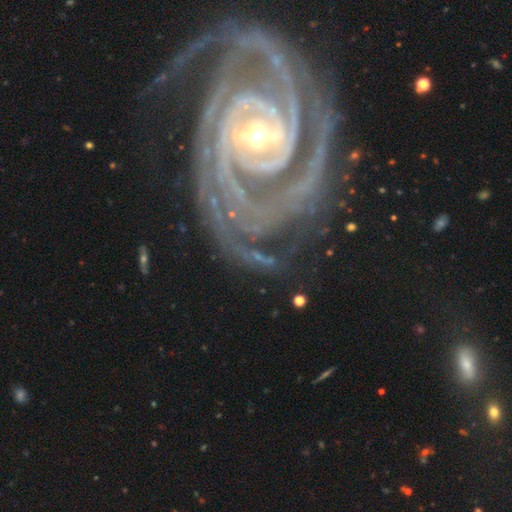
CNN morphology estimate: smooth_or_featured: featured or disk (p=0.91) [alt: star or artifact p=0.06]
disk_edge_on: no (p=0.97) [alt: yes p=0.03]
bar: strong (p=0.38) [alt: no p=0.31]
has_spiral_arms: yes (p=0.98) [alt: no p=0.02]
spiral_winding: tight (p=0.78) [alt: medium p=0.18]
spiral_arm_count: 2 (p=0.23) [alt: 3 p=0.22]
bulge_size: small (p=0.58) [alt: moderate p=0.37]
merging: none (p=0.68) [alt: minor disturbance p=0.17]